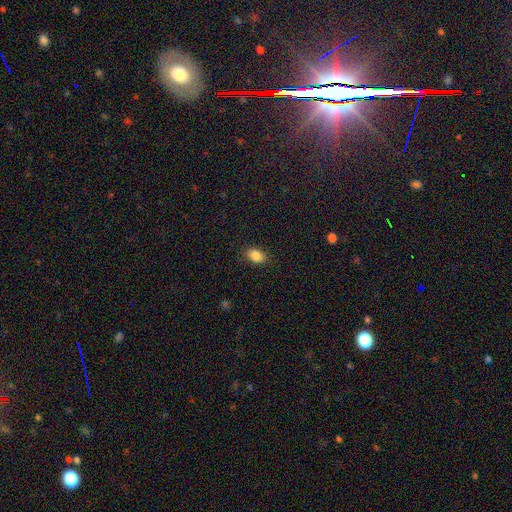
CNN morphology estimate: type=smooth (87%); roundness=in between (79%); merging=none (86%).